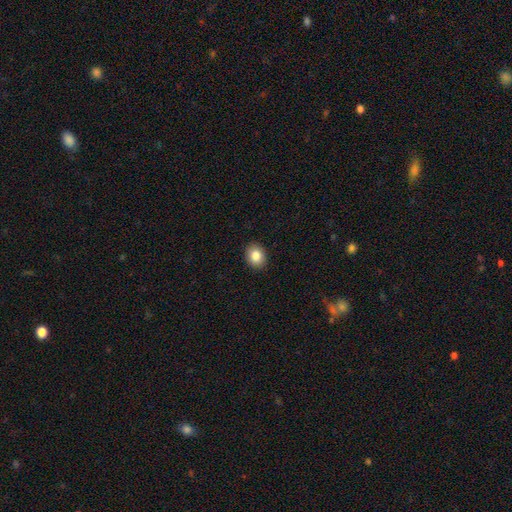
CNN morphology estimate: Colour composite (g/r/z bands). It shows a smooth galaxy with no disk features (85%) that is in between round and cigar-shaped (57%). Merging: none (91%).